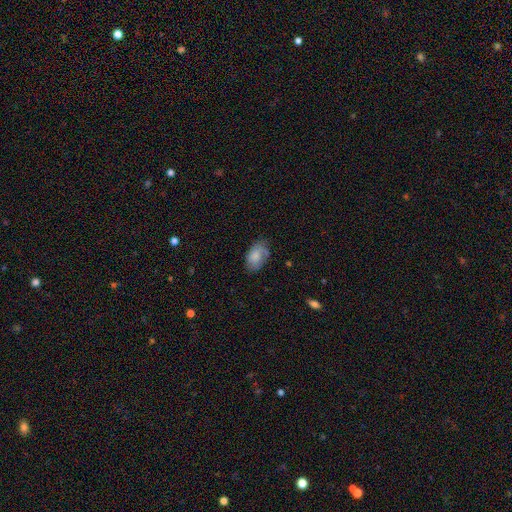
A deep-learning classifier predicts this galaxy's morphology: The model was most divided on "merging": none: 65%, minor disturbance: 26%, major disturbance: 7%, merger: 2%. More confident: how rounded — in between (92%); smooth or featured — smooth (77%).